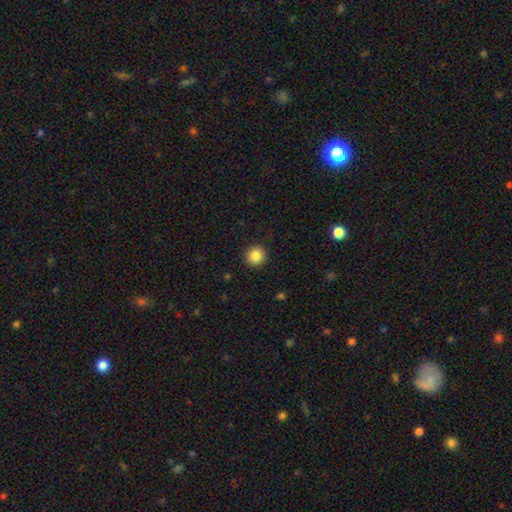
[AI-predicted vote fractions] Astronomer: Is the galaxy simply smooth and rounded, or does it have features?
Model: smooth — 86%.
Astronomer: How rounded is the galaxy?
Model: round — 93%.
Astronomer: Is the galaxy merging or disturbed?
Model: none — 91%.